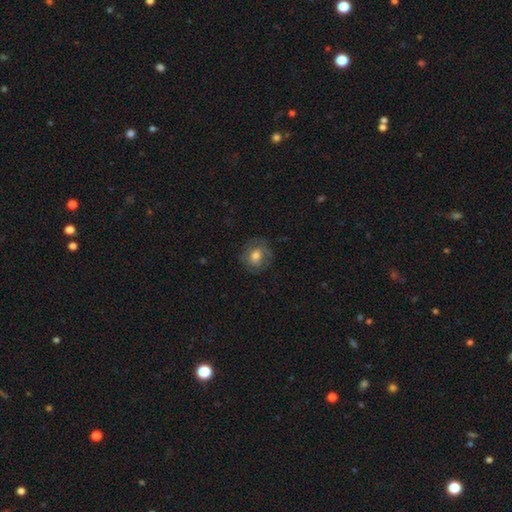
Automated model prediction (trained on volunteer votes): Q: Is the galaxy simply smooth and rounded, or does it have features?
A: smooth — 58%.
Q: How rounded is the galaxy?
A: round — 73%.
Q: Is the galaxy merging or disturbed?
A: none — 72%.